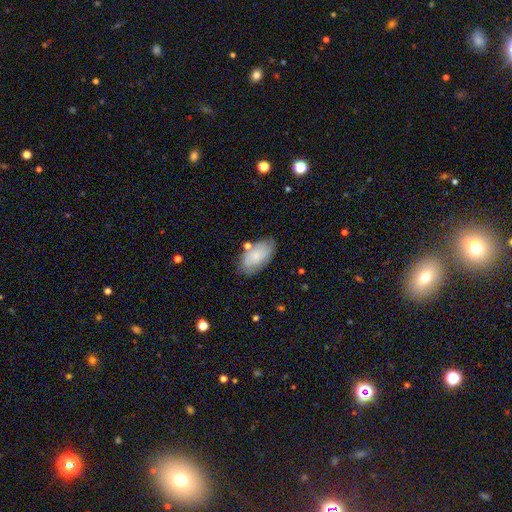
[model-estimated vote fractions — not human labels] Overall: smooth (73%). How rounded: in between (93%). Merging: none (68%).